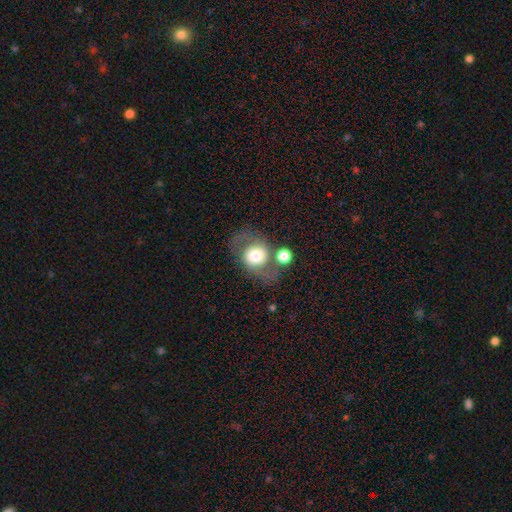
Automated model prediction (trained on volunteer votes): Smooth or featured: smooth — 54% (featured or disk — 37%)
How rounded: round — 66% (in between — 33%)
Merging: none — 54% (minor disturbance — 17%)